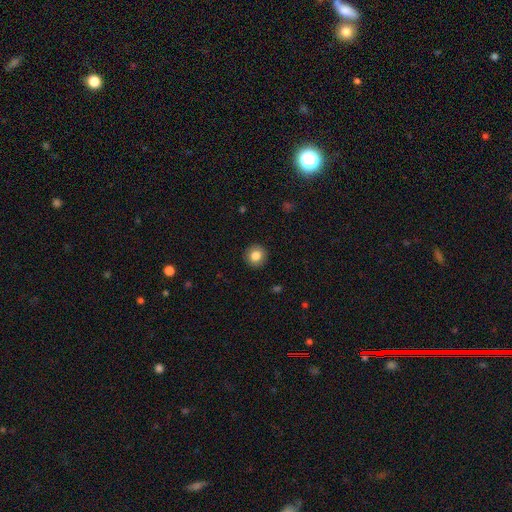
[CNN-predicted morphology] The model was most divided on "smooth or featured": smooth: 84%, star or artifact: 9%, featured or disk: 8%. More confident: how rounded — round (94%); merging — none (92%).